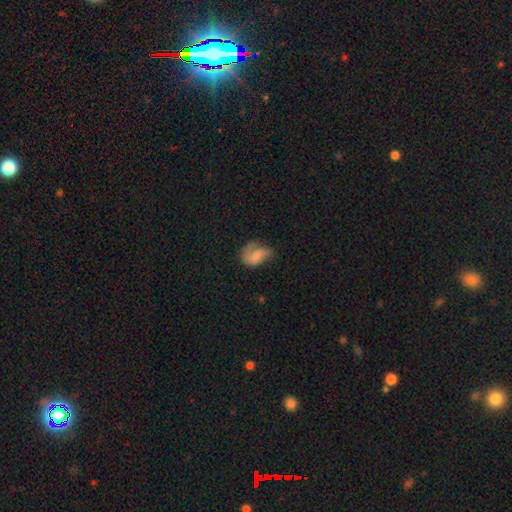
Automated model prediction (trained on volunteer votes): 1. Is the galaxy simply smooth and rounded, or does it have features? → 51% smooth, 41% featured or disk, 8% star or artifact.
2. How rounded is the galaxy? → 77% in between, 21% round, 2% cigar-shaped.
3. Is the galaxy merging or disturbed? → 34% none, 32% major disturbance, 32% minor disturbance, 3% merger.